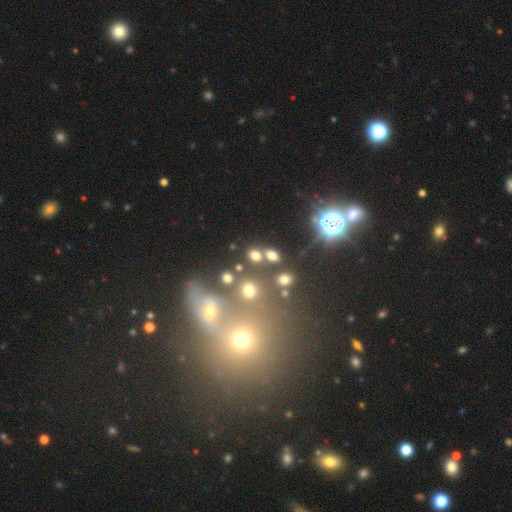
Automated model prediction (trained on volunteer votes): Smooth or featured? smooth (65%)
How rounded? in between (52%)
Merging? none (62%)